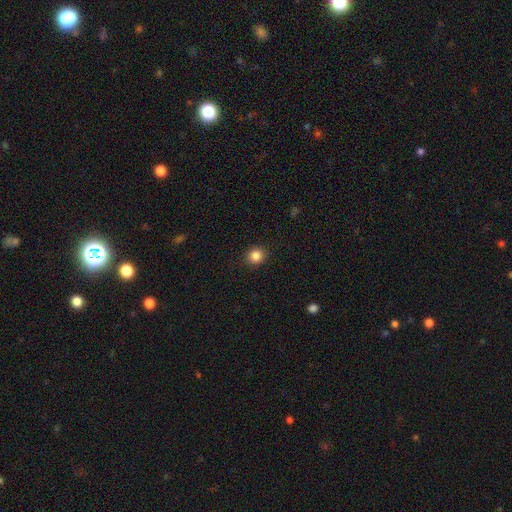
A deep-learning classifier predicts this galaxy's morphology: Overall: smooth (85%). How rounded: round (86%). Merging: none (90%).